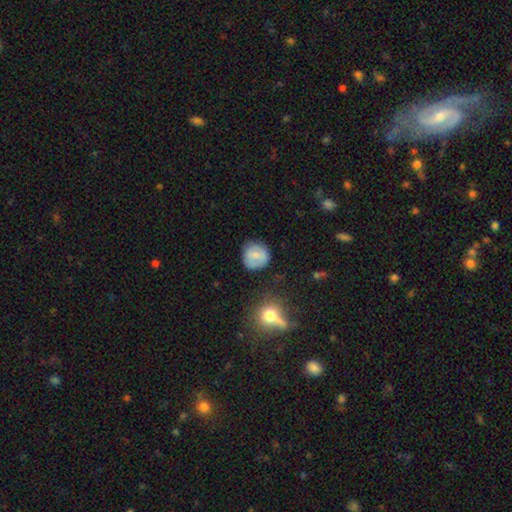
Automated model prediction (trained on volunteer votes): Smooth or featured? Predicted: smooth (p=0.68). How rounded? Predicted: round (p=0.89). Merging? Predicted: none (p=0.75).